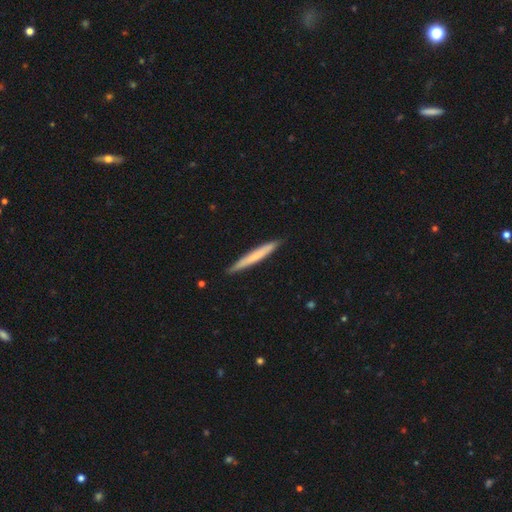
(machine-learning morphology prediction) Smooth or featured?
  - smooth: 61% *
  - featured or disk: 34%
  - star or artifact: 5%
How rounded?
  - cigar-shaped: 97% *
  - in between: 2%
  - round: 1%
Merging?
  - none: 91% *
  - minor disturbance: 7%
  - major disturbance: 1%
  - merger: 1%